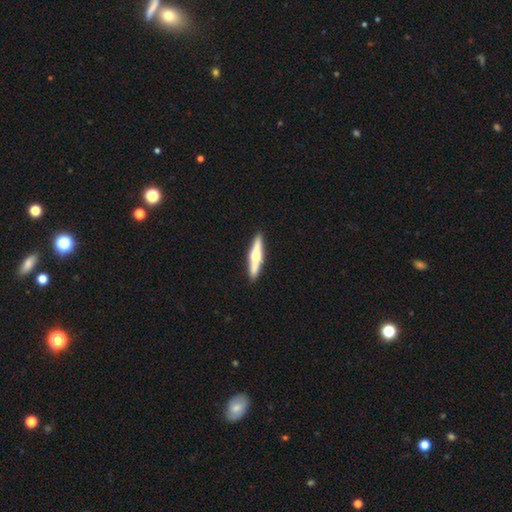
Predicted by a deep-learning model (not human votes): Smooth or featured: featured or disk — 62% (smooth — 33%)
Edge-on disk: yes — 97% (no — 3%)
Edge-on bulge: rounded — 94% (boxy — 3%)
Merging: none — 91% (minor disturbance — 6%)